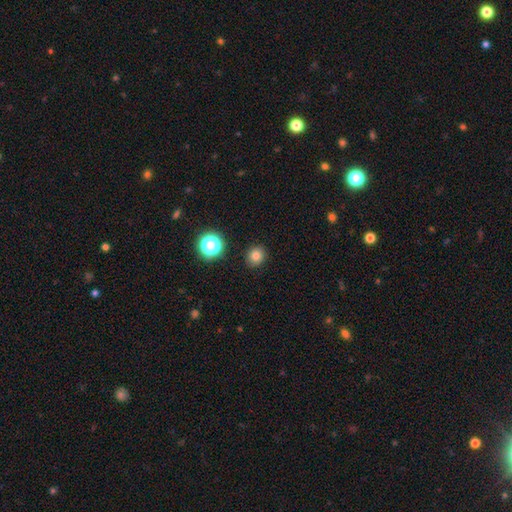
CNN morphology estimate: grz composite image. It shows a smooth galaxy with no disk features (80%) that is round (85%). Merging: none (91%).